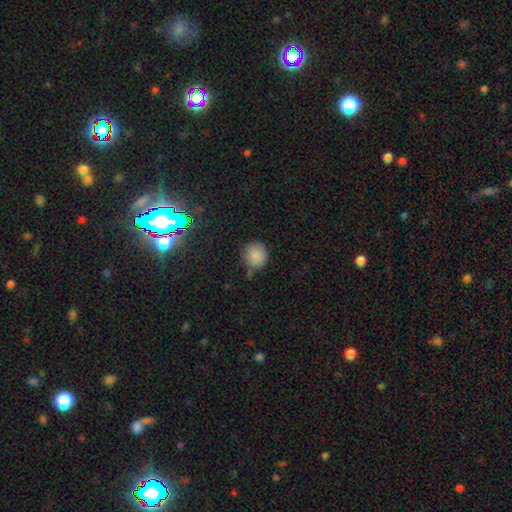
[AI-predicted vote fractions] A smooth galaxy with no disk features (85%) that is round (89%). Merging: none (68%).